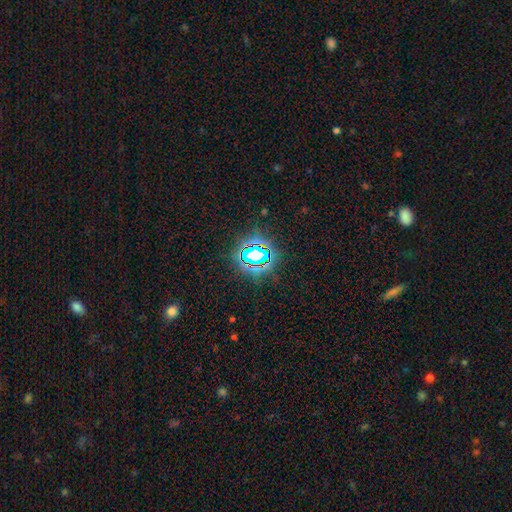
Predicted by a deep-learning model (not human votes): A star or artifact, not a galaxy (66%).

Vote fractions:
- Smooth or featured? star or artifact: 66% / smooth: 21% / featured or disk: 13%